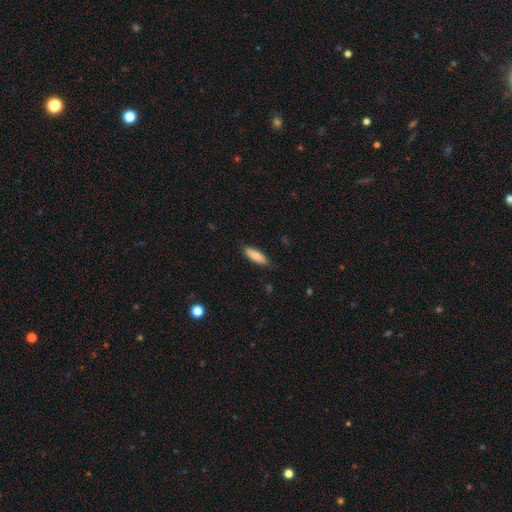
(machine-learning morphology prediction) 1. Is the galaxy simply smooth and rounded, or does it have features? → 85% smooth, 9% featured or disk, 6% star or artifact.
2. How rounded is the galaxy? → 52% in between, 46% cigar-shaped, 2% round.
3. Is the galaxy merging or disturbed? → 84% none, 13% minor disturbance, 2% major disturbance, 1% merger.